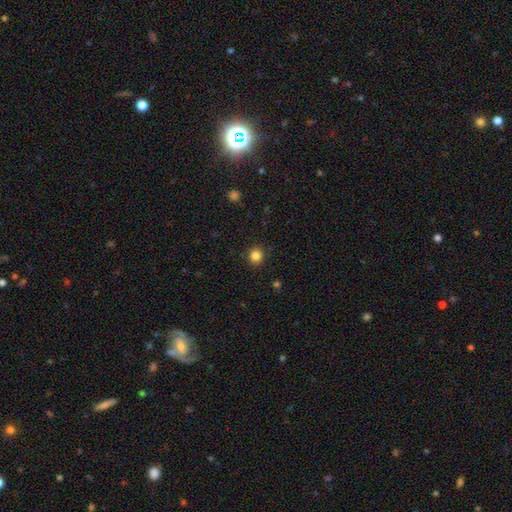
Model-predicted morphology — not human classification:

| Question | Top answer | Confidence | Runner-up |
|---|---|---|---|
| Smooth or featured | smooth | 84% | star or artifact (12%) |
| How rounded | round | 90% | in between (9%) |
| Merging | none | 90% | minor disturbance (7%) |